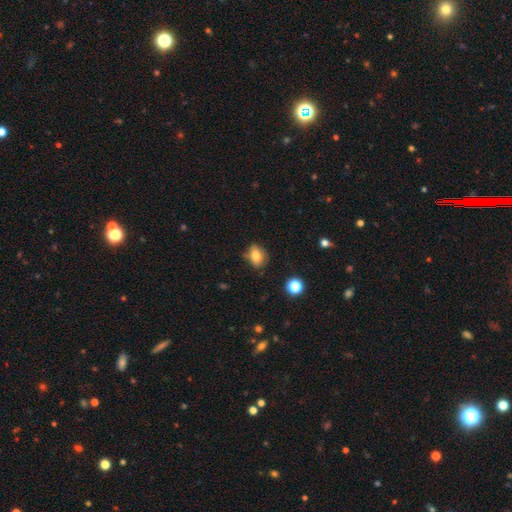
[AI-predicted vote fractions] Smooth or featured? smooth (78%)
How rounded? in between (64%)
Merging? none (74%)